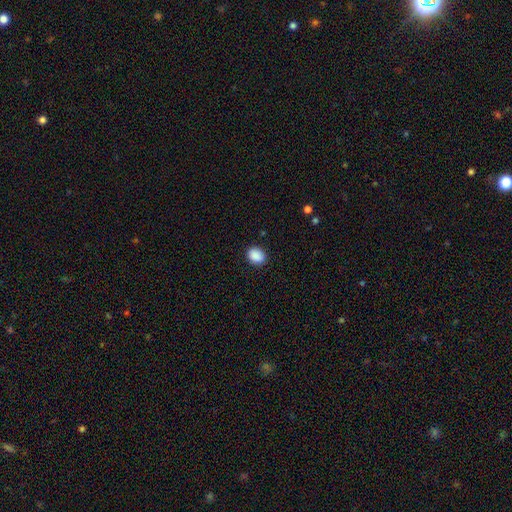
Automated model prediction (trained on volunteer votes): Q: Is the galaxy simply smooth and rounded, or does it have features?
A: smooth — 90%.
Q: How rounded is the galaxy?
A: in between — 58%.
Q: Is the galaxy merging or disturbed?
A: none — 89%.